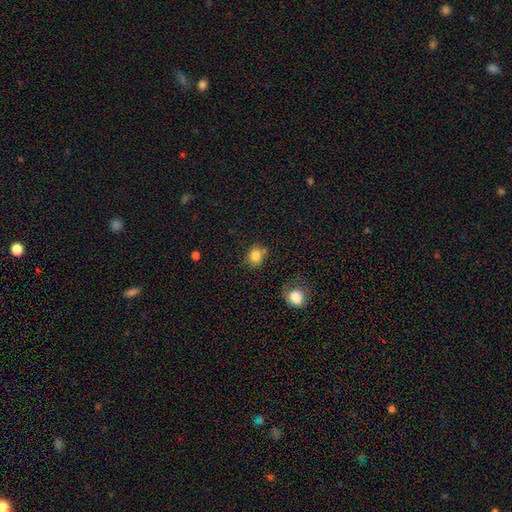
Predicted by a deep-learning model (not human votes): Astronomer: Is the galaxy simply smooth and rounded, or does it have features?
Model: smooth — 83%.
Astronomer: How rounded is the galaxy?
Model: round — 73%.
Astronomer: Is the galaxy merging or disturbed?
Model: none — 70%.